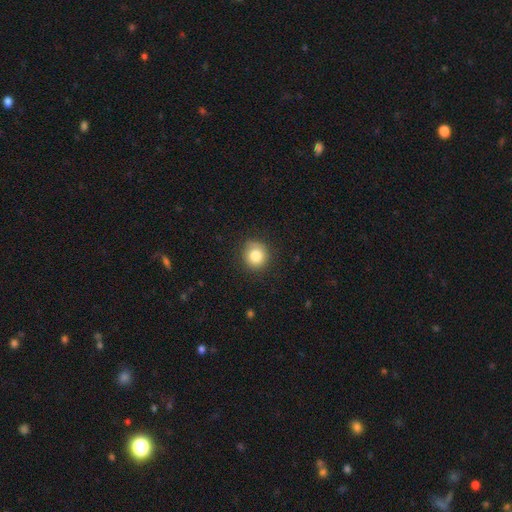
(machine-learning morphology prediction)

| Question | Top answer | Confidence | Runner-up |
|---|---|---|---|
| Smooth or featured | smooth | 82% | star or artifact (9%) |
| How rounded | round | 89% | in between (10%) |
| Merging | none | 83% | minor disturbance (13%) |